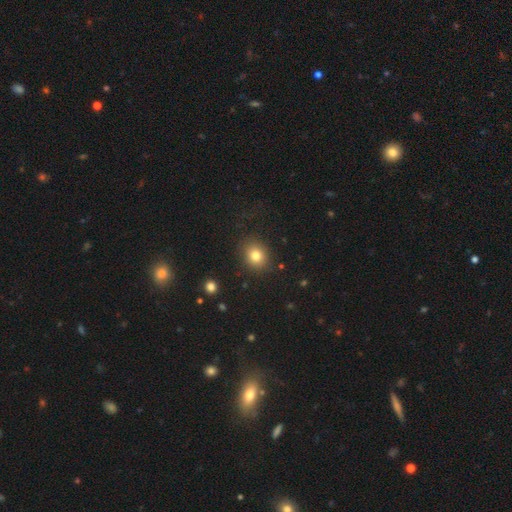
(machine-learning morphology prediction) Smooth or featured: smooth — 80% (star or artifact — 12%)
How rounded: round — 65% (in between — 34%)
Merging: none — 85% (minor disturbance — 10%)